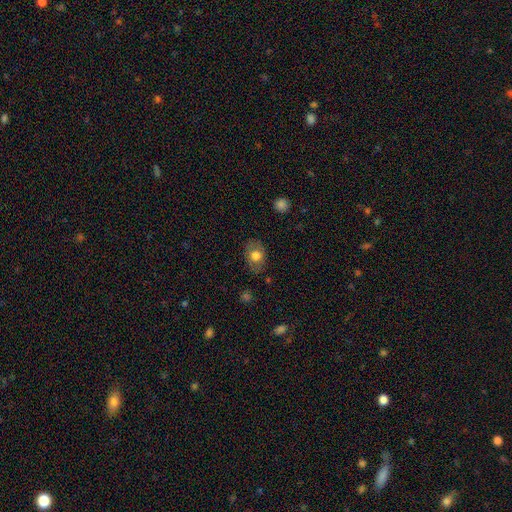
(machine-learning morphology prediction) This is likely a smooth galaxy (71%). How rounded: likely in between (71%). Merging: clearly none (80%).